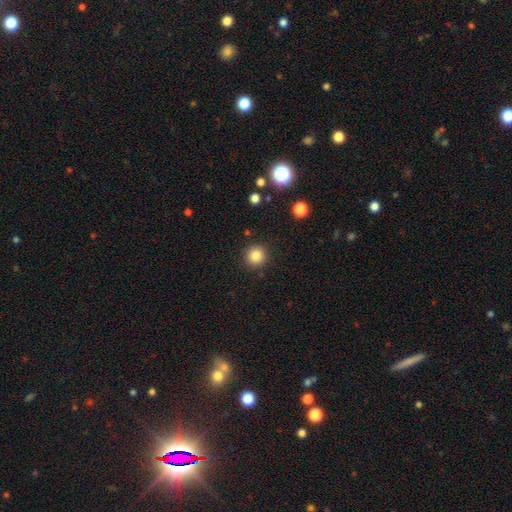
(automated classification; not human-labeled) Overall: smooth (83%). How rounded: round (95%). Merging: none (91%).